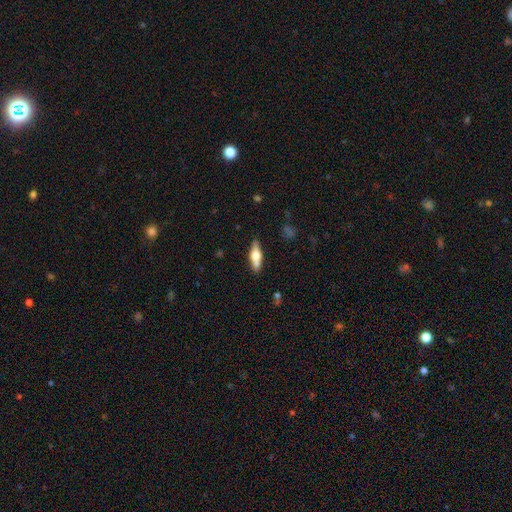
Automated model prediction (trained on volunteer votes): Q: Smooth or featured?
A: featured or disk (54%); runner-up: smooth (40%)
Q: Edge-on disk?
A: yes (92%); runner-up: no (8%)
Q: Merging?
A: none (83%); runner-up: minor disturbance (11%)